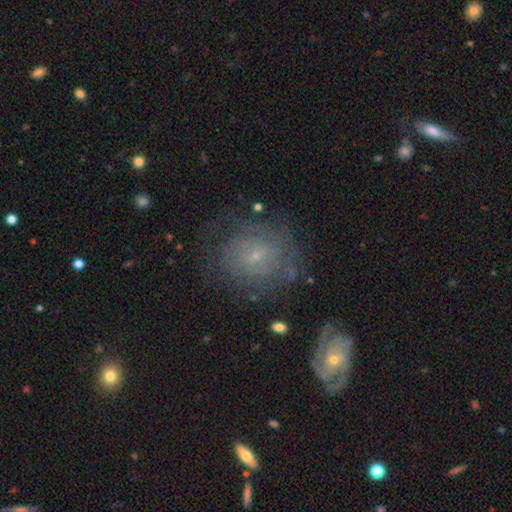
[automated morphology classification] A featured or disk galaxy (58%) with no bar (57%), spiral arms (76%) and a small central bulge (78%).

Vote fractions:
- Smooth or featured? featured or disk: 58% / smooth: 30% / star or artifact: 12%
- Edge-on disk? no: 96% / yes: 4%
- Bar? no: 57% / weak: 35% / strong: 7%
- Spiral arms? yes: 76% / no: 24%
- Bulge size? small: 78% / moderate: 15% / none: 5% / large: 1% / dominant: 1%
- Merging? none: 63% / minor disturbance: 19% / major disturbance: 14% / merger: 5%